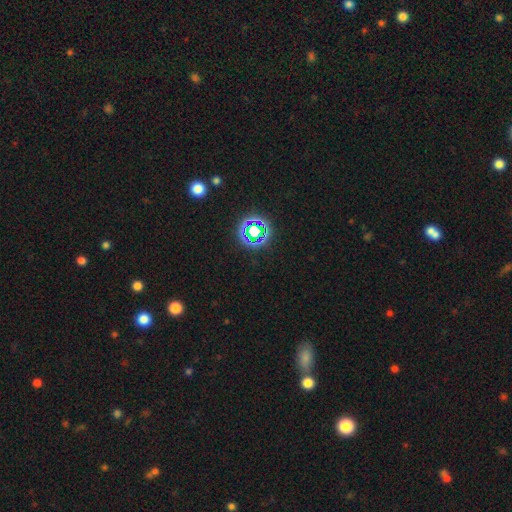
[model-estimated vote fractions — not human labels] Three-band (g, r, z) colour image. It shows a star or artifact, not a galaxy (69%).